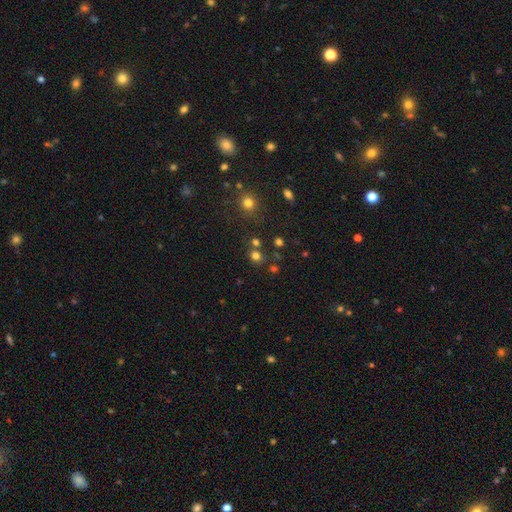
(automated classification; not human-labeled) Smooth or featured? smooth (71%)
How rounded? round (83%)
Merging? none (72%)